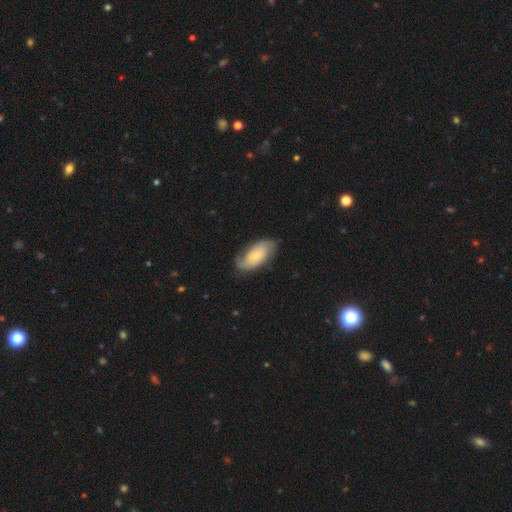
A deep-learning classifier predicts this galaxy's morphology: A featured or disk galaxy (55%) with no bar (72%), spiral arms (86%) and a small central bulge (61%). Merging: none (69%).